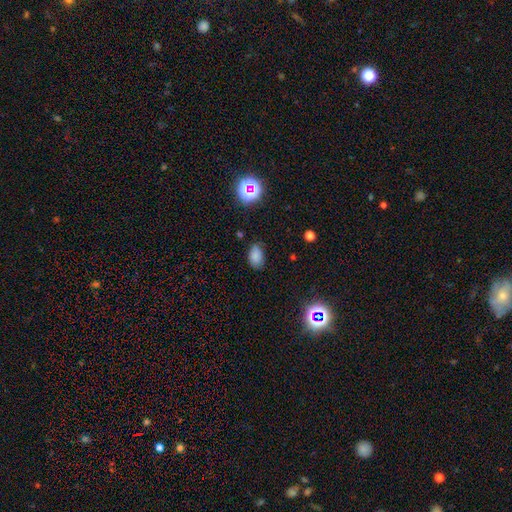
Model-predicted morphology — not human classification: smooth-or-featured: smooth: 79% | star or artifact: 15% | featured or disk: 6%
  how-rounded: in between: 88% | round: 11% | cigar-shaped: 1%
  merging: none: 75% | minor disturbance: 19% | major disturbance: 4% | merger: 2%